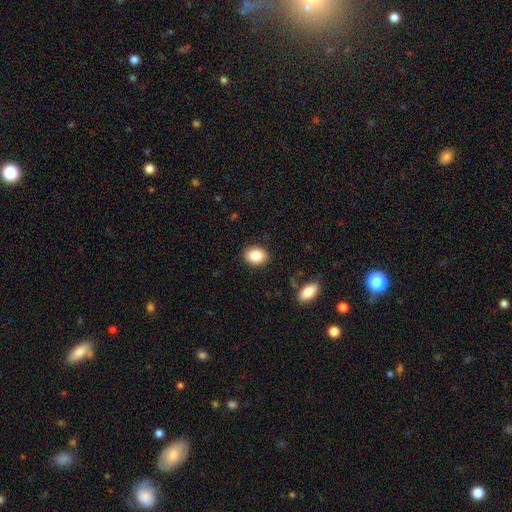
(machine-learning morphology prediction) Q: Smooth or featured?
A: smooth (86%); runner-up: star or artifact (8%)
Q: How rounded?
A: in between (61%); runner-up: round (38%)
Q: Merging?
A: none (89%); runner-up: minor disturbance (8%)